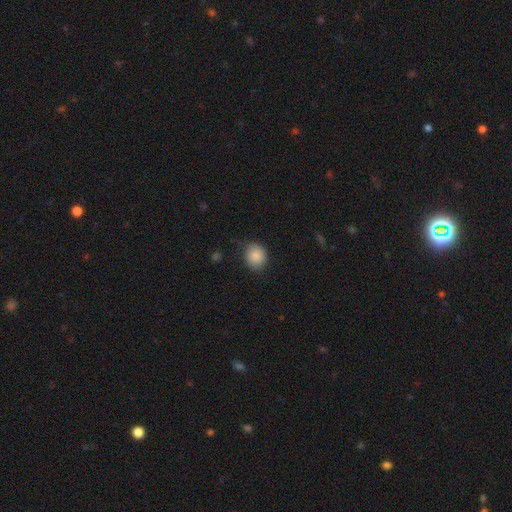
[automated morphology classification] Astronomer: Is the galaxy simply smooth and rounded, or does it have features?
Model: smooth — 87%.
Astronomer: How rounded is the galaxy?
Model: round — 73%.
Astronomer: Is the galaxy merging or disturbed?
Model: none — 81%.